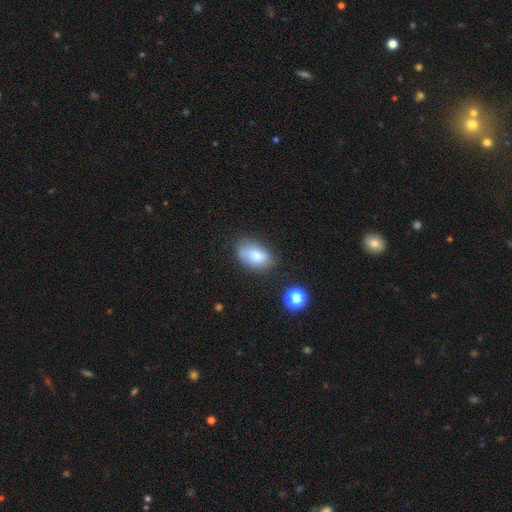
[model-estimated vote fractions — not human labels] smooth-or-featured: smooth: 77% | featured or disk: 14% | star or artifact: 9%
  how-rounded: in between: 90% | round: 9% | cigar-shaped: 1%
  merging: none: 64% | minor disturbance: 25% | major disturbance: 7% | merger: 4%